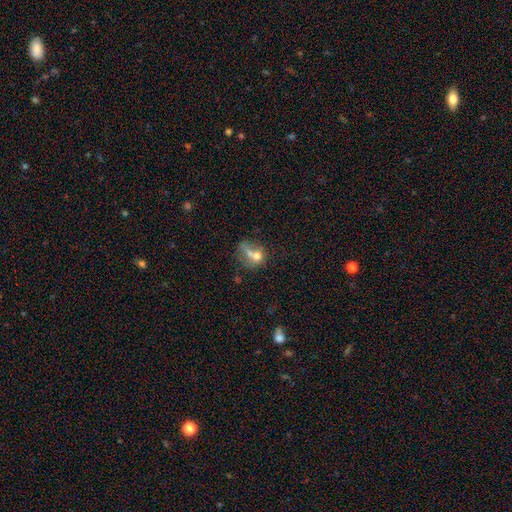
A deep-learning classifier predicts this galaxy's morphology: smooth 62%, featured or disk 25%, star or artifact 13%. Down the decision tree: how rounded — round (59%); merging — merger (45%).